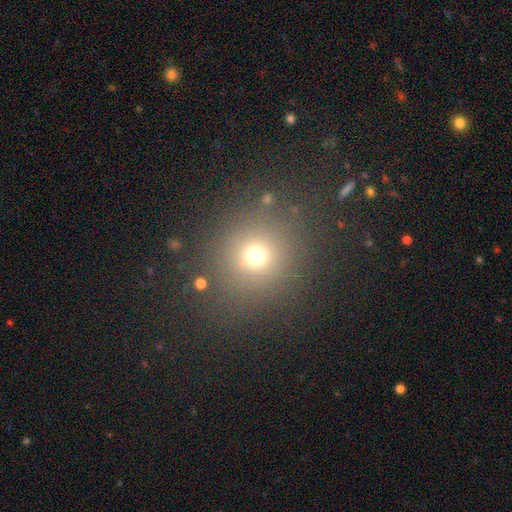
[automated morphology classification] A smooth galaxy with no disk features (69%) that is round (90%).

Vote fractions:
- Smooth or featured? smooth: 69% / star or artifact: 22% / featured or disk: 9%
- How rounded? round: 90% / in between: 9% / cigar-shaped: 1%
- Merging? none: 83% / minor disturbance: 9% / major disturbance: 5% / merger: 3%